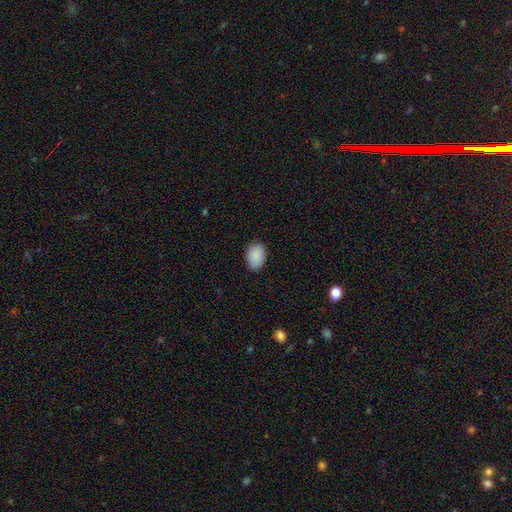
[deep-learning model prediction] smooth 89%, star or artifact 7%, featured or disk 4%. Down the decision tree: how rounded — in between (78%); merging — none (85%).